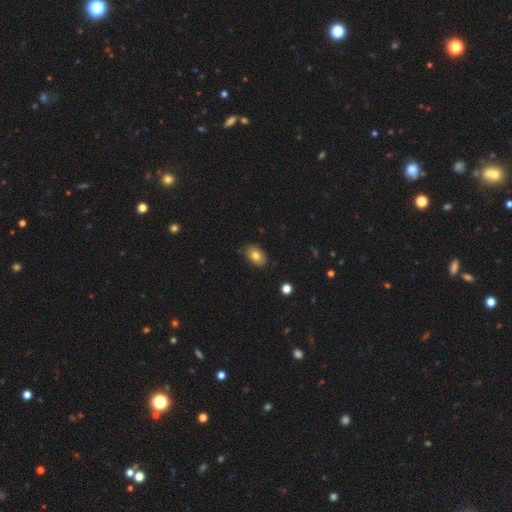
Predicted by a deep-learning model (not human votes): Smooth or featured? Predicted: smooth (p=0.77). How rounded? Predicted: in between (p=0.85). Merging? Predicted: none (p=0.81).